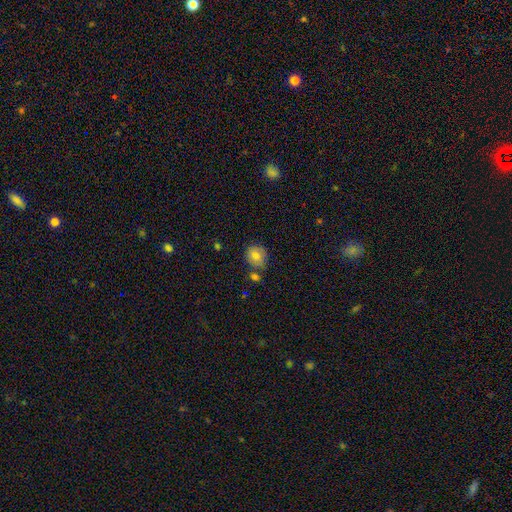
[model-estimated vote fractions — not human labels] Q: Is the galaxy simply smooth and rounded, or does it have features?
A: smooth — 72%.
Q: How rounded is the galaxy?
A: round — 82%.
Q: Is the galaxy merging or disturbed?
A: none — 69%.